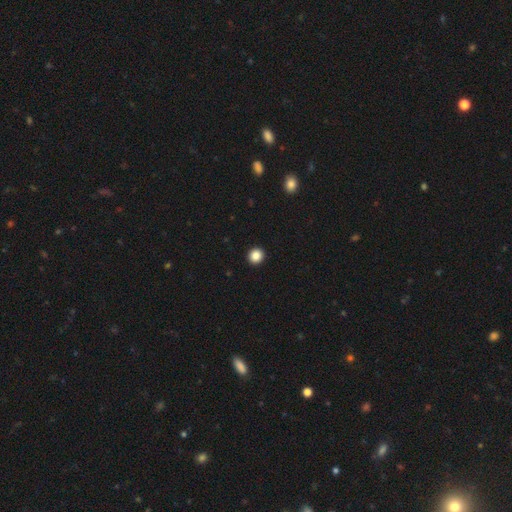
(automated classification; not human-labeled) Smooth or featured? Predicted: smooth (p=0.87). How rounded? Predicted: round (p=0.93). Merging? Predicted: none (p=0.94).